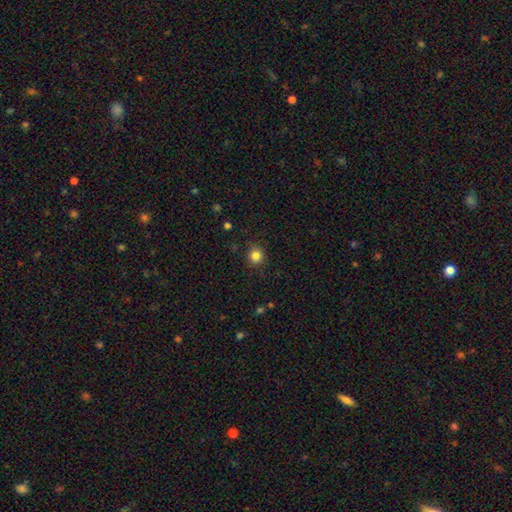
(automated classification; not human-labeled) Q: Smooth or featured?
A: smooth (83%); runner-up: star or artifact (12%)
Q: How rounded?
A: round (90%); runner-up: in between (9%)
Q: Merging?
A: none (87%); runner-up: minor disturbance (9%)